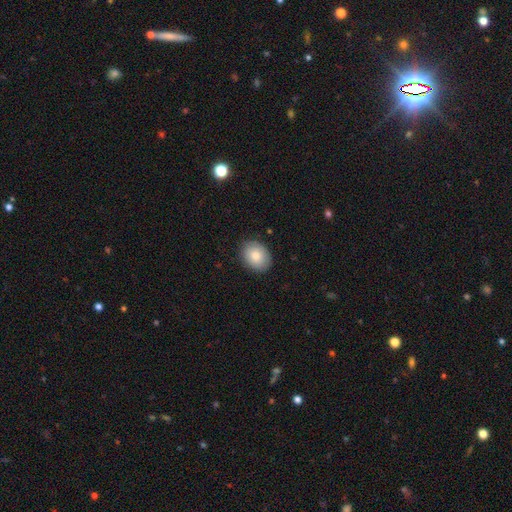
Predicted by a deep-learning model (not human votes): A smooth galaxy with no disk features (82%) that is in between round and cigar-shaped (65%). Merging: none (86%).